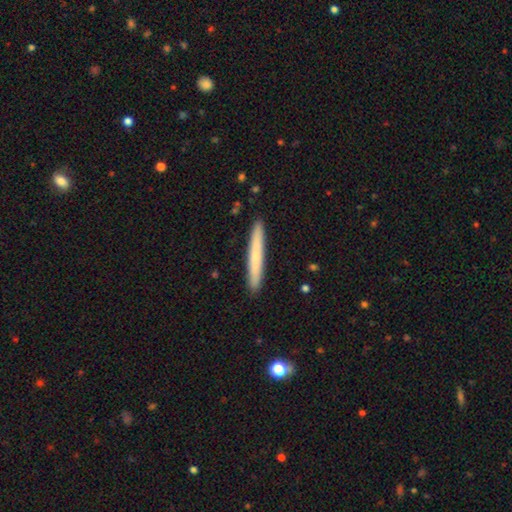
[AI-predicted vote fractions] A smooth galaxy with no disk features (66%) that is cigar-shaped (96%). Merging: none (92%).